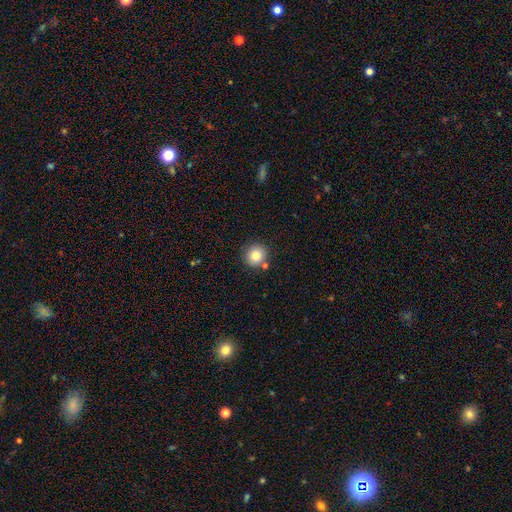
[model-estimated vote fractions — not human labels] This appears to be a smooth galaxy with no disk features (83%) that is round (91%). Merging: none (81%).